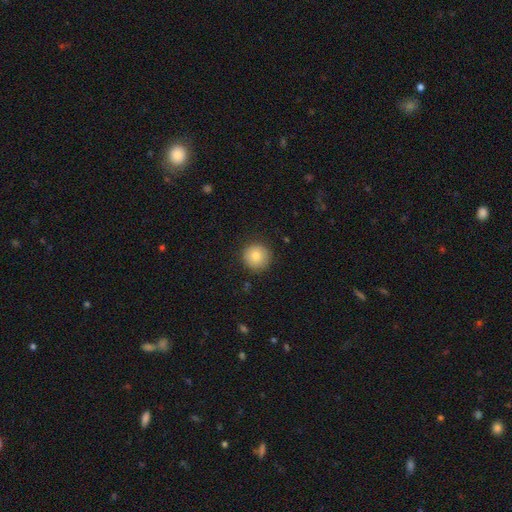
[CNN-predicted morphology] type=smooth (82%); roundness=round (95%); merging=none (89%).